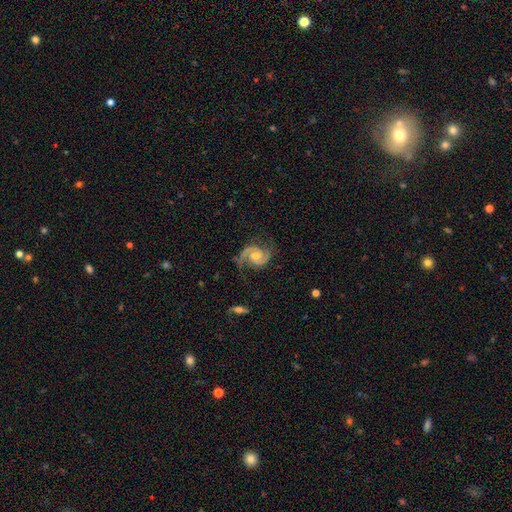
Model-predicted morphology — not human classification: smooth_or_featured: featured or disk (p=0.91) [alt: star or artifact p=0.04]
disk_edge_on: no (p=0.98) [alt: yes p=0.02]
bar: no (p=0.52) [alt: weak p=0.39]
has_spiral_arms: yes (p=0.98) [alt: no p=0.02]
spiral_winding: medium (p=0.54) [alt: tight p=0.32]
spiral_arm_count: 2 (p=0.92) [alt: can't tell p=0.02]
bulge_size: moderate (p=0.57) [alt: small p=0.35]
merging: none (p=0.71) [alt: minor disturbance p=0.19]